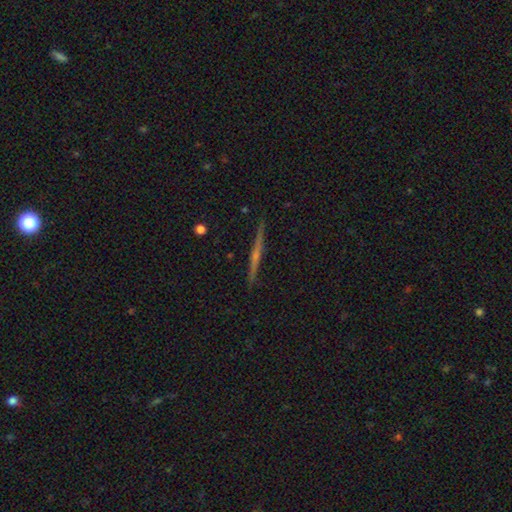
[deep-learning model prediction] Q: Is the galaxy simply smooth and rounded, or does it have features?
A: featured or disk — 76%.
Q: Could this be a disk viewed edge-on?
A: yes — 98%.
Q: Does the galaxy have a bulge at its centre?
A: rounded — 71%.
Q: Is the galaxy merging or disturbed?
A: none — 91%.